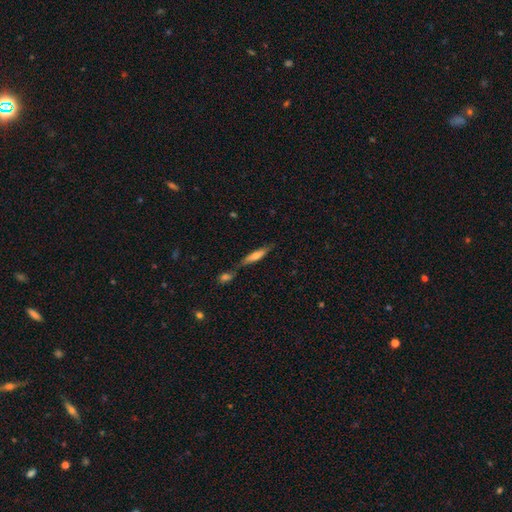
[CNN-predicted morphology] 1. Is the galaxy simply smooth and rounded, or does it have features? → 57% smooth, 35% featured or disk, 7% star or artifact.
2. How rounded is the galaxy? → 79% cigar-shaped, 19% in between, 2% round.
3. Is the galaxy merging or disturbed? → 51% none, 30% merger, 14% minor disturbance, 5% major disturbance.